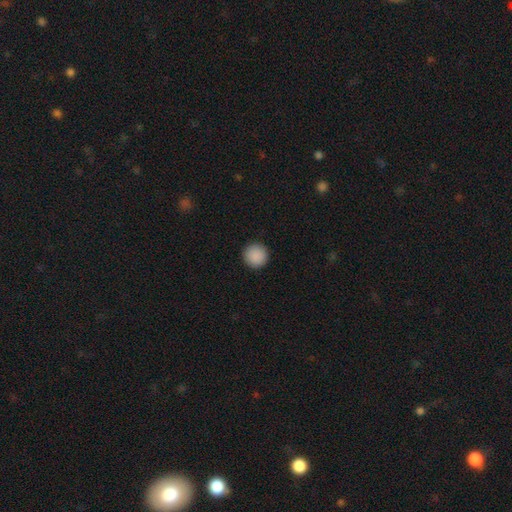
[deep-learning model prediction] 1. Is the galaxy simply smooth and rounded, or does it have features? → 90% smooth, 8% star or artifact, 2% featured or disk.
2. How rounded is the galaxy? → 96% round, 3% in between, 1% cigar-shaped.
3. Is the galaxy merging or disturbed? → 93% none, 4% minor disturbance, 2% major disturbance, 1% merger.